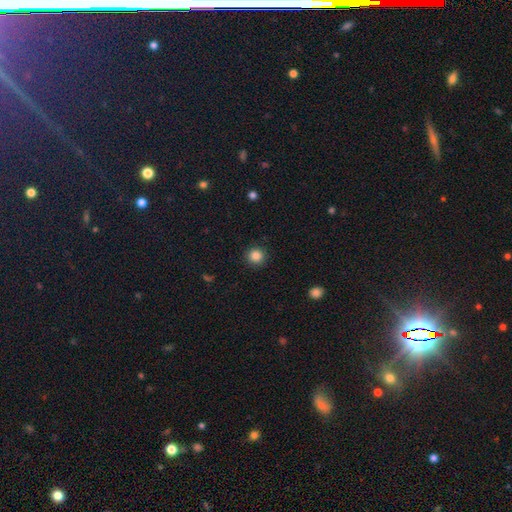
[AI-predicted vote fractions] Q: Smooth or featured?
A: smooth (86%); runner-up: star or artifact (11%)
Q: How rounded?
A: round (94%); runner-up: in between (5%)
Q: Merging?
A: none (91%); runner-up: minor disturbance (6%)